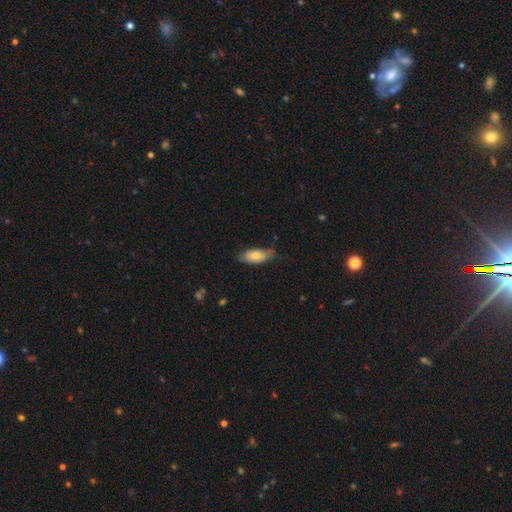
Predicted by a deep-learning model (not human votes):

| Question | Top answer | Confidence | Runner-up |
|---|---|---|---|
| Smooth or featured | smooth | 77% | featured or disk (17%) |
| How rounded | in between | 86% | cigar-shaped (12%) |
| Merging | none | 69% | minor disturbance (25%) |